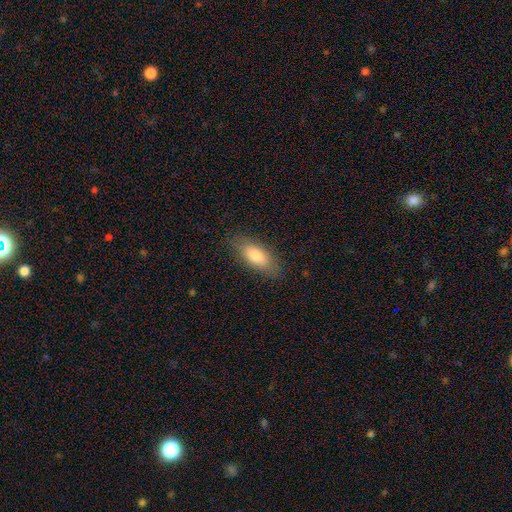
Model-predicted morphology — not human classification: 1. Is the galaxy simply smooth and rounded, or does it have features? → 78% smooth, 16% featured or disk, 7% star or artifact.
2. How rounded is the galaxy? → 81% in between, 16% cigar-shaped, 3% round.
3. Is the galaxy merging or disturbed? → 82% none, 13% minor disturbance, 3% major disturbance, 1% merger.